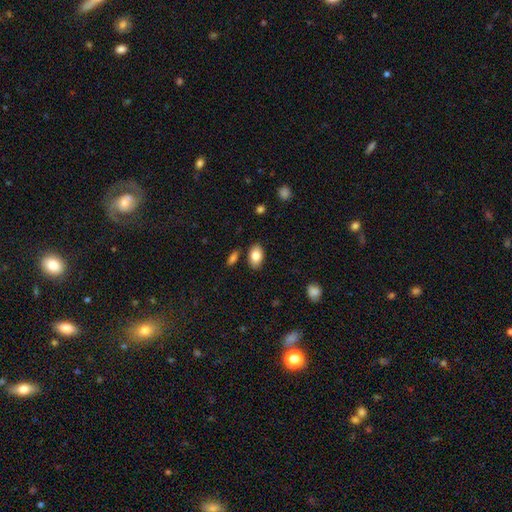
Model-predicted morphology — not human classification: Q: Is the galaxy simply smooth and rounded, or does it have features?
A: smooth — 84%.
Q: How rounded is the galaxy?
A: in between — 91%.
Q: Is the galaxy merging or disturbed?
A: none — 83%.